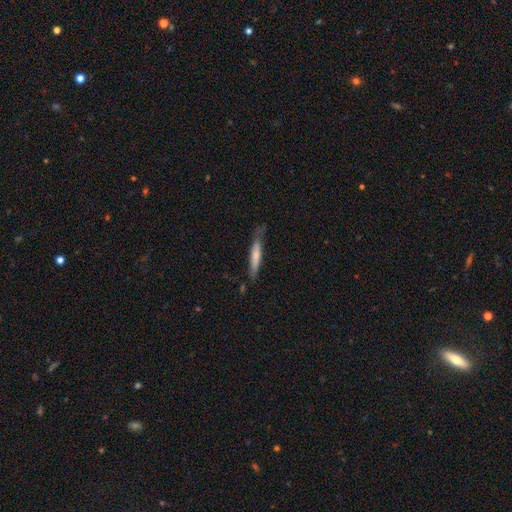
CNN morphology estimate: Overall: smooth (63%; featured or disk 32%). How rounded: cigar-shaped (89%). Merging: none (62%; minor disturbance 27%).